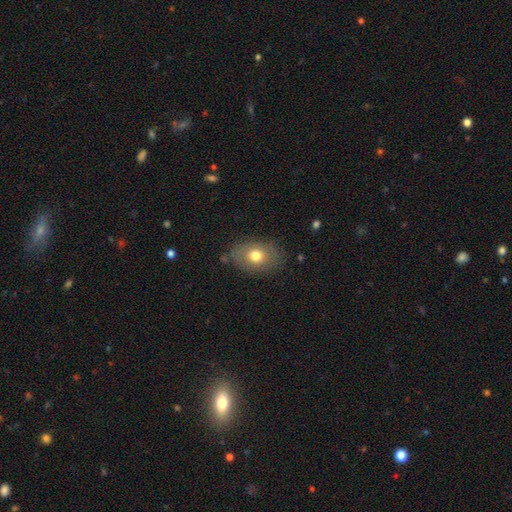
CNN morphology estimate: Smooth or featured: smooth — 70% (featured or disk — 22%)
How rounded: in between — 77% (round — 22%)
Merging: none — 78% (minor disturbance — 15%)